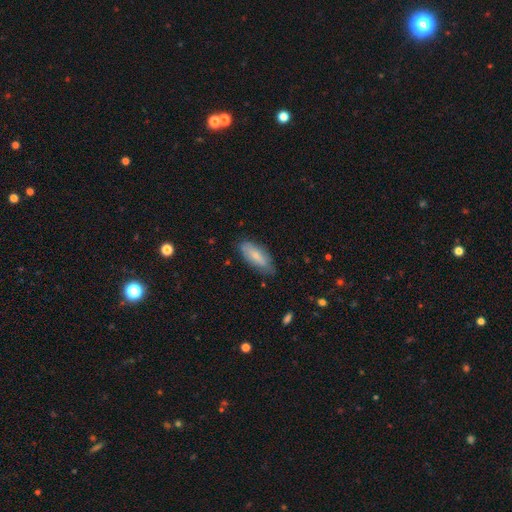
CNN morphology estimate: A smooth galaxy with no disk features (74%) that is in between round and cigar-shaped (73%). Merging: none (75%).